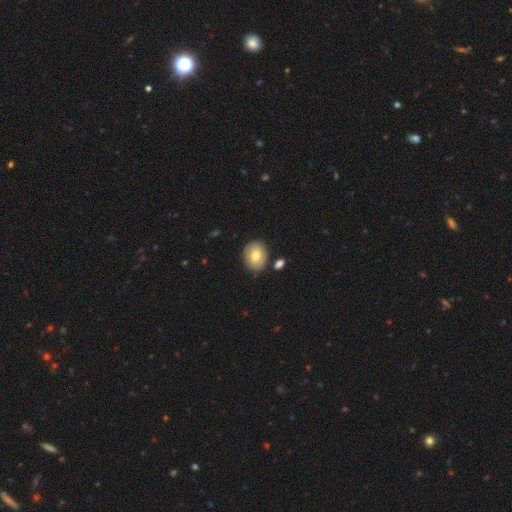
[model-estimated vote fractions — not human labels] Morphology: type=smooth (70%); roundness=round (53%); merging=none (81%).